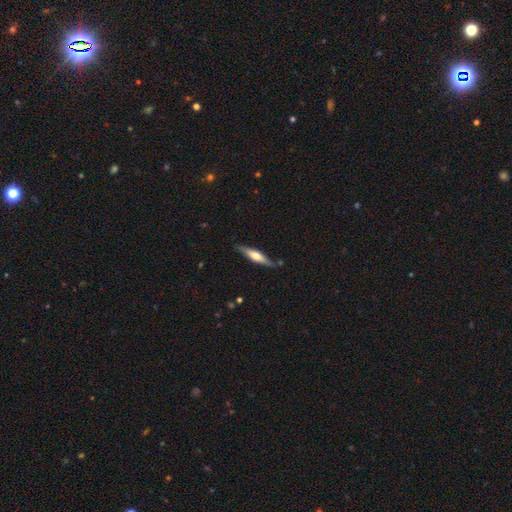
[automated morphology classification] smooth-or-featured: featured or disk: 55% | smooth: 40% | star or artifact: 5%
  disk-edge-on: yes: 94% | no: 6%
    edge-on-bulge: rounded: 85% | boxy: 10% | none: 5%
  merging: none: 83% | minor disturbance: 12% | merger: 2% | major disturbance: 2%